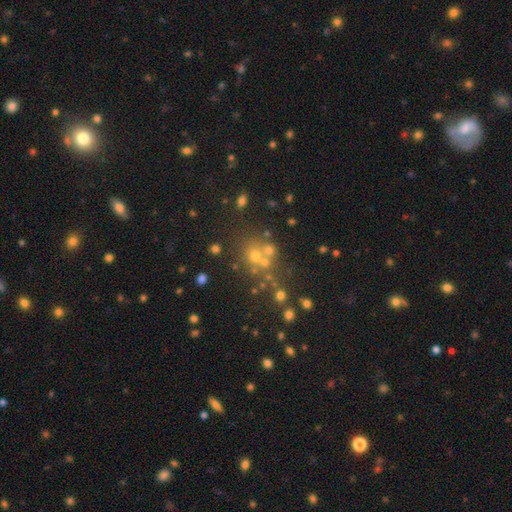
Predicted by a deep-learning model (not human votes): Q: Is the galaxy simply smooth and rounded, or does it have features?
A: smooth — 47%.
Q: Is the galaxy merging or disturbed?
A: none — 53%.